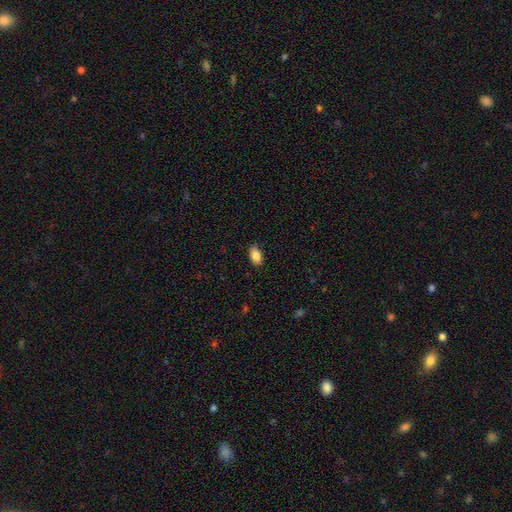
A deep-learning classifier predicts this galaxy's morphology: Smooth or featured: smooth — 87% (star or artifact — 7%)
How rounded: in between — 93% (round — 4%)
Merging: none — 85% (minor disturbance — 12%)